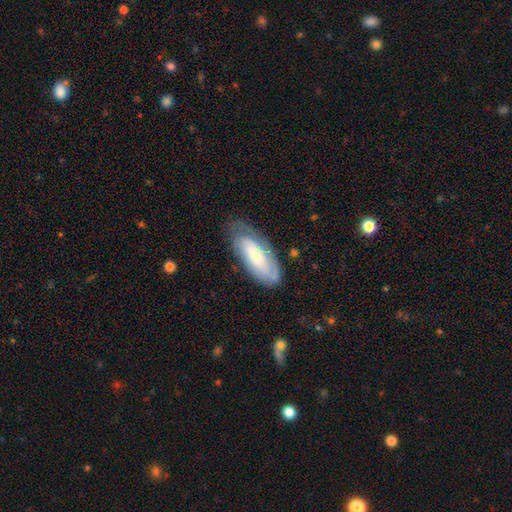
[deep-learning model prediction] Q: Smooth or featured?
A: featured or disk (54%); runner-up: smooth (39%)
Q: Edge-on disk?
A: no (87%); runner-up: yes (13%)
Q: Merging?
A: none (65%); runner-up: minor disturbance (23%)